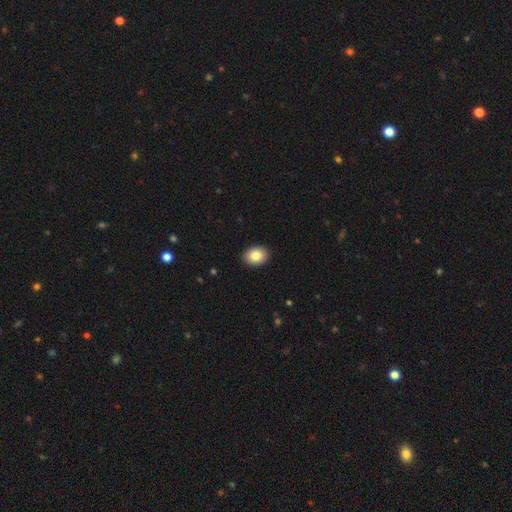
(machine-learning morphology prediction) Smooth or featured? Predicted: smooth (p=0.86). How rounded? Predicted: in between (p=0.68). Merging? Predicted: none (p=0.91).